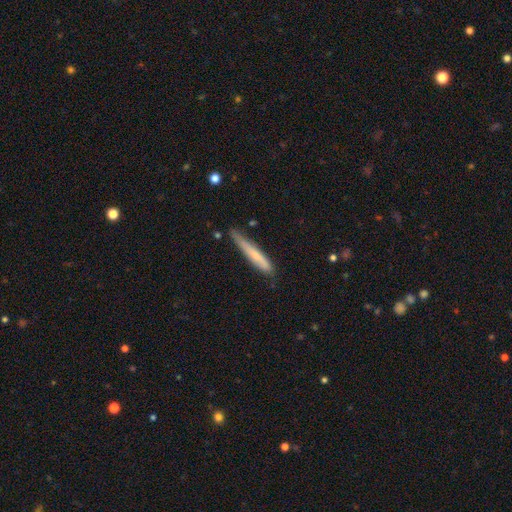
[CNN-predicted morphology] This appears to be a smooth galaxy with no disk features (62%) that is cigar-shaped (94%). Merging: none (66%).